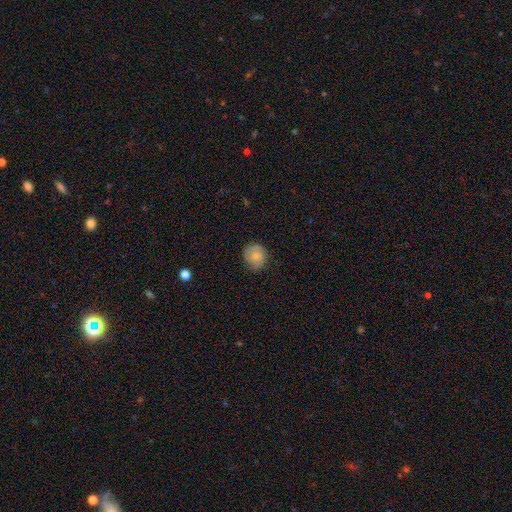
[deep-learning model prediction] This is likely a smooth galaxy (69%). How rounded: clearly round (81%). Merging: likely none (75%).